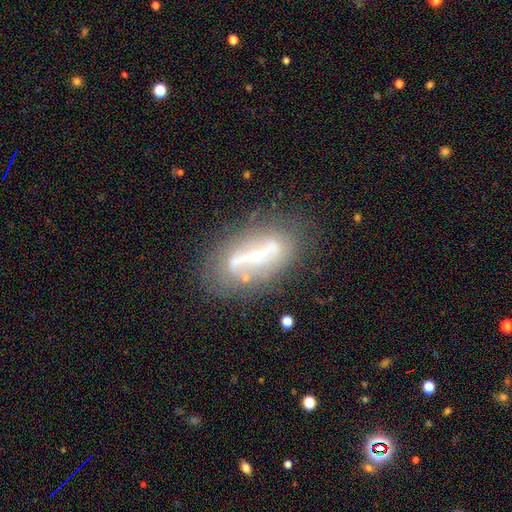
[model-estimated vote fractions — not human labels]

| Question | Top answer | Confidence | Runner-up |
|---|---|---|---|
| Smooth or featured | featured or disk | 68% | smooth (21%) |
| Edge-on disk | no | 76% | yes (24%) |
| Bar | strong | 68% | weak (19%) |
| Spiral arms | no | 56% | yes (44%) |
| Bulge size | small | 43% | none (26%) |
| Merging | none | 65% | minor disturbance (19%) |